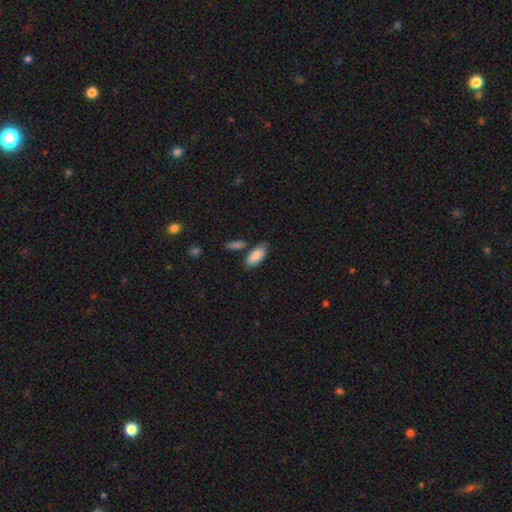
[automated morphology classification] A smooth galaxy with no disk features (85%) that is in between round and cigar-shaped (89%). Merging: none (70%).